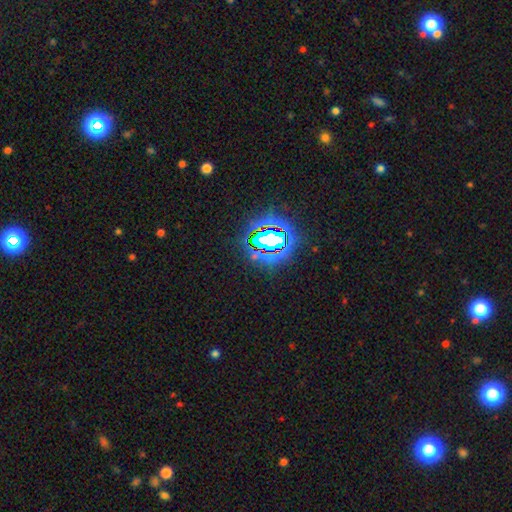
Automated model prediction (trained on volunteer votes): Smooth or featured? star or artifact (77%)